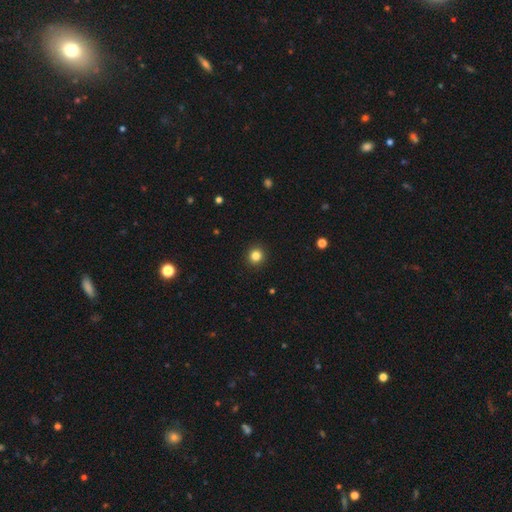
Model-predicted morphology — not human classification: A smooth galaxy with no disk features (83%) that is round (93%).

Vote fractions:
- Smooth or featured? smooth: 83% / star or artifact: 12% / featured or disk: 5%
- How rounded? round: 93% / in between: 6% / cigar-shaped: 1%
- Merging? none: 93% / minor disturbance: 5% / major disturbance: 2% / merger: 1%